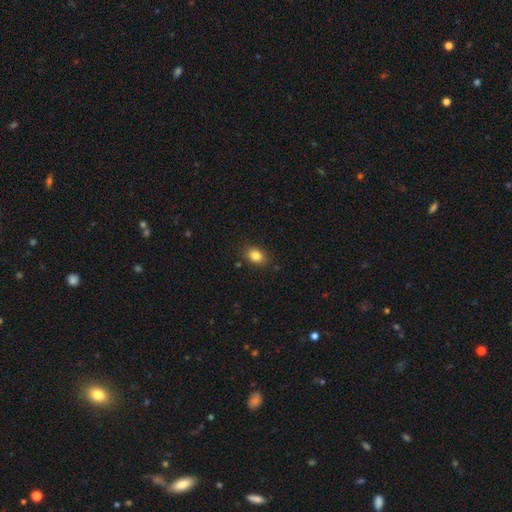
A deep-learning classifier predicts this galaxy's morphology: This is clearly a smooth galaxy (84%). How rounded: likely in between (74%). Merging: clearly none (86%).